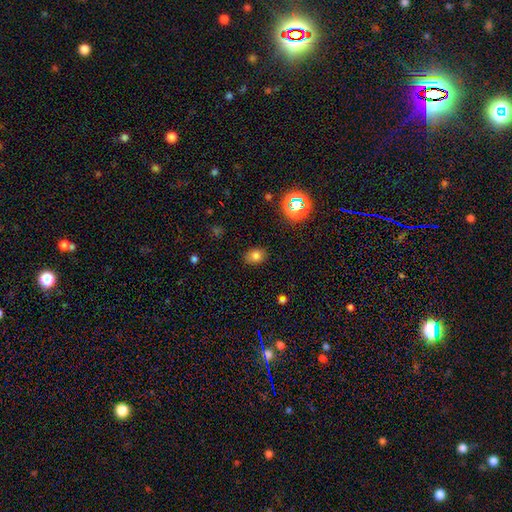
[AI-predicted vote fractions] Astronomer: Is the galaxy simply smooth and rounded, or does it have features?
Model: smooth — 77%.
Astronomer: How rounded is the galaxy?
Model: in between — 52% (runner-up: round, 47%).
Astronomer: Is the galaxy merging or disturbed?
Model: none — 82%.